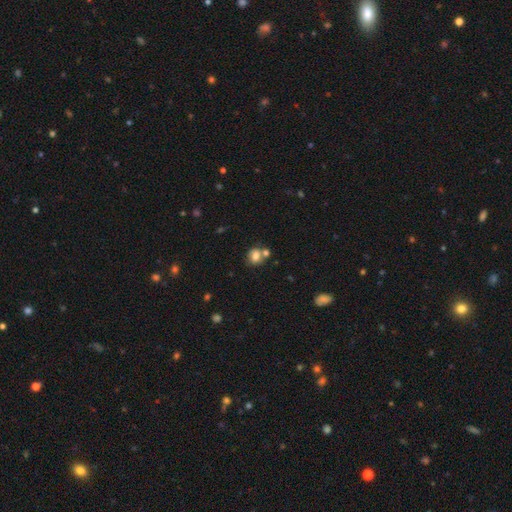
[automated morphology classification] smooth 75%, featured or disk 14%, star or artifact 11%. Down the decision tree: how rounded — round (63%); merging — none (49%).